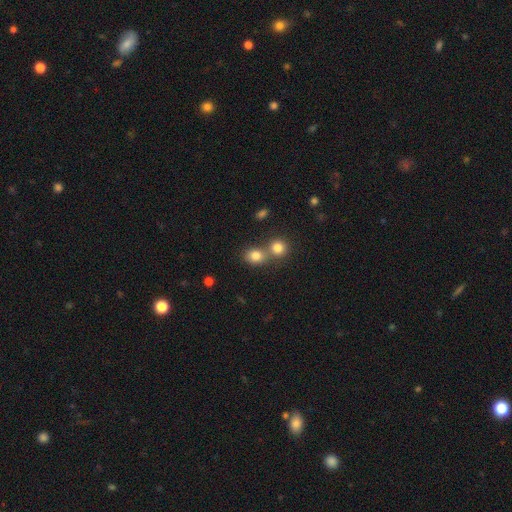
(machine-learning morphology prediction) Q: Smooth or featured?
A: smooth (81%); runner-up: star or artifact (12%)
Q: How rounded?
A: round (64%); runner-up: in between (35%)
Q: Merging?
A: none (45%); runner-up: merger (44%)